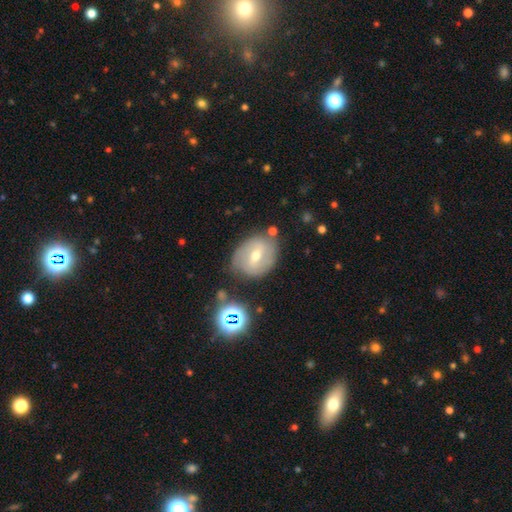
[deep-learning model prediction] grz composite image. It shows a featured or disk galaxy (59%) with a weak bar (53%), spiral arms (66%) and a moderate central bulge (62%). Merging: none (69%).